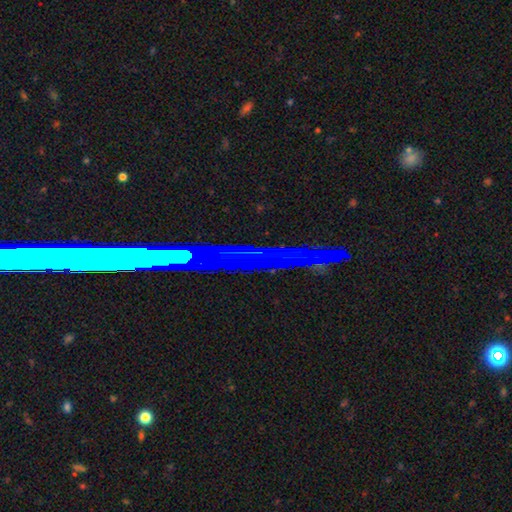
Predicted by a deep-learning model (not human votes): Morphology: type=star or artifact (59%).